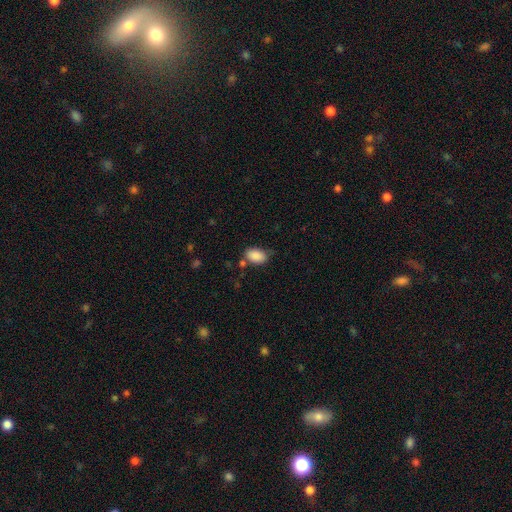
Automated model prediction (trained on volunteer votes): Morphology: type=smooth (88%); roundness=in between (89%); merging=none (68%).